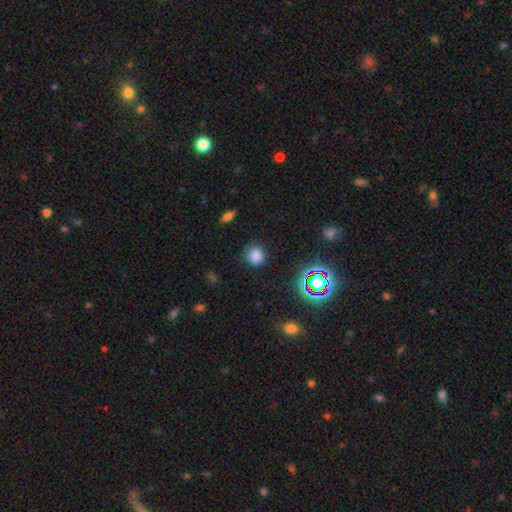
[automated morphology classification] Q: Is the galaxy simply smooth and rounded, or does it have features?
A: smooth — 78%.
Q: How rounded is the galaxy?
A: round — 84%.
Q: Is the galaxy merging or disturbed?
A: none — 81%.